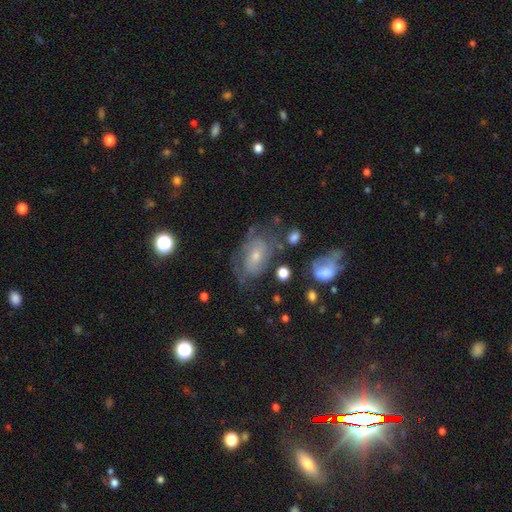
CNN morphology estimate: This is likely a featured or disk galaxy (66%). It is clearly not viewed edge-on (95%). Bar: likely no (70%). Spiral arm pattern: likely yes (76%). Central bulge: likely small (60%). Merging: possibly none (51%).